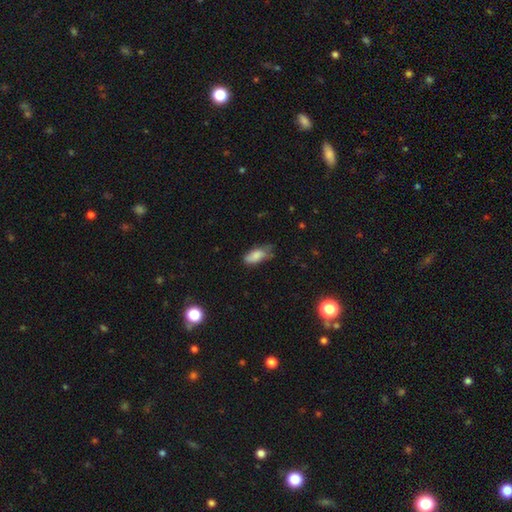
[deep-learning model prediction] smooth_or_featured: smooth (p=0.80) [alt: featured or disk p=0.12]
how_rounded: in between (p=0.87) [alt: cigar-shaped p=0.10]
merging: none (p=0.46) [alt: minor disturbance p=0.39]